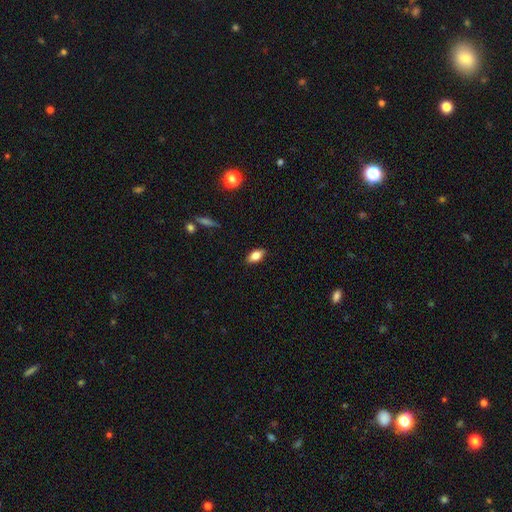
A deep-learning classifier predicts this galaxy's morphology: type=smooth (78%); roundness=in between (88%); merging=none (87%).